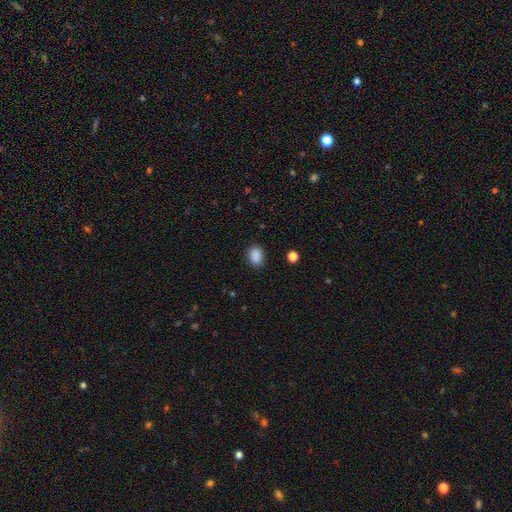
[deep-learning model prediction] This appears to be a smooth galaxy with no disk features (88%) that is in between round and cigar-shaped (74%). Merging: none (86%).